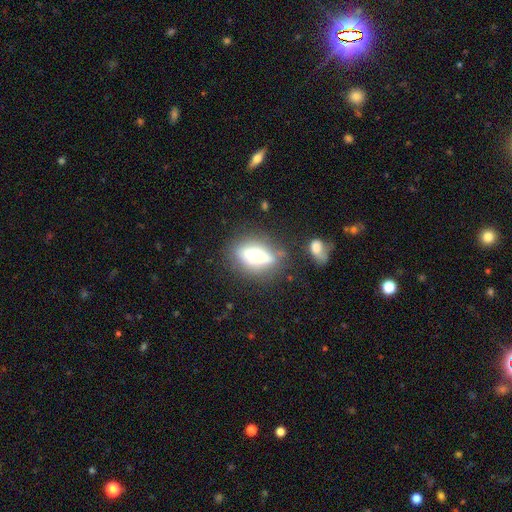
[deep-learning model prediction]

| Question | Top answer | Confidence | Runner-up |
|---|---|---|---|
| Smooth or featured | smooth | 53% | featured or disk (38%) |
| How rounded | in between | 69% | cigar-shaped (22%) |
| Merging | none | 64% | minor disturbance (19%) |